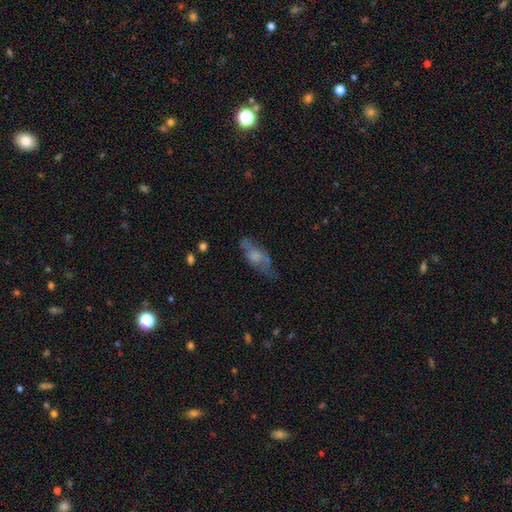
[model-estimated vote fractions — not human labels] The model was most divided on "smooth or featured": smooth: 48%, featured or disk: 43%, star or artifact: 10%. More confident: merging — none (58%).